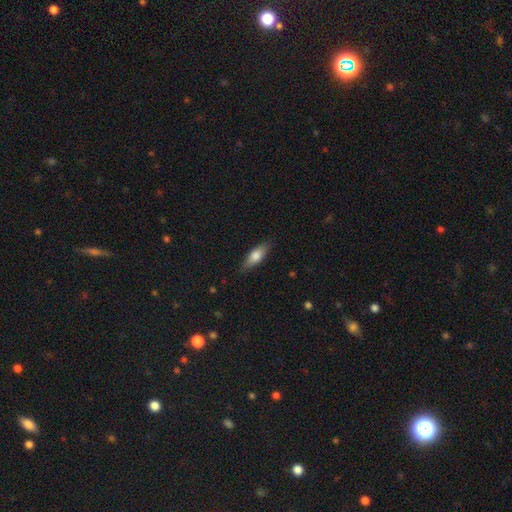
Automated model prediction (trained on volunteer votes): smooth_or_featured: smooth (p=0.72) [alt: featured or disk p=0.22]
how_rounded: in between (p=0.65) [alt: cigar-shaped p=0.32]
merging: none (p=0.83) [alt: minor disturbance p=0.13]